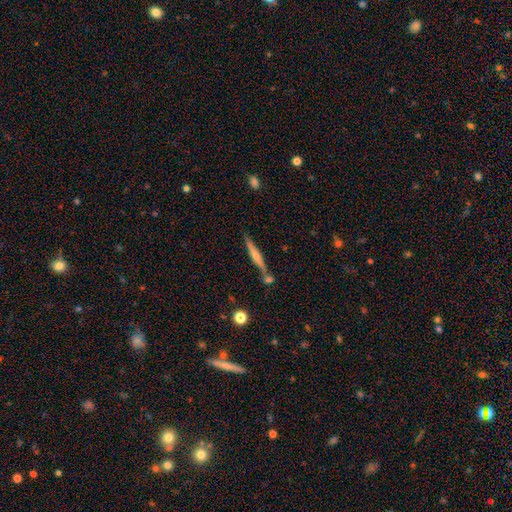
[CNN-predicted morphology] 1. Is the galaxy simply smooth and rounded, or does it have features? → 51% featured or disk, 42% smooth, 7% star or artifact.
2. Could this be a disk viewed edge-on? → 96% yes, 4% no.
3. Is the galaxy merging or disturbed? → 70% none, 15% merger, 12% minor disturbance, 3% major disturbance.